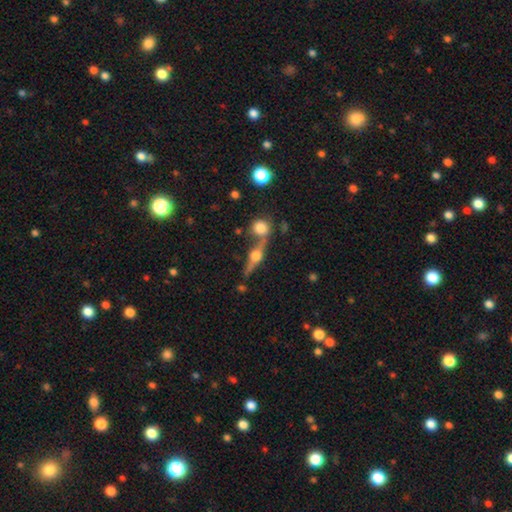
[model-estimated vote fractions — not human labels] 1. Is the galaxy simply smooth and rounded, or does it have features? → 72% featured or disk, 19% smooth, 9% star or artifact.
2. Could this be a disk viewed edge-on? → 93% yes, 7% no.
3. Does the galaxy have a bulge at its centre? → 96% rounded, 3% boxy, 2% none.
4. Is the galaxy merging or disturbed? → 66% none, 20% merger, 10% minor disturbance, 4% major disturbance.